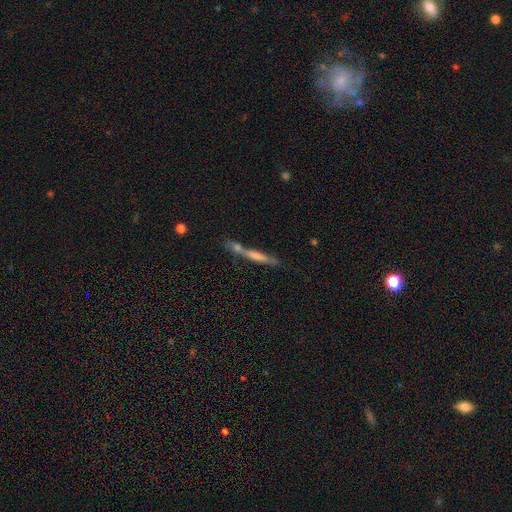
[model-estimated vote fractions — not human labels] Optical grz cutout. It shows a featured or disk galaxy (52%) viewed edge-on (88%). Merging: none (67%).